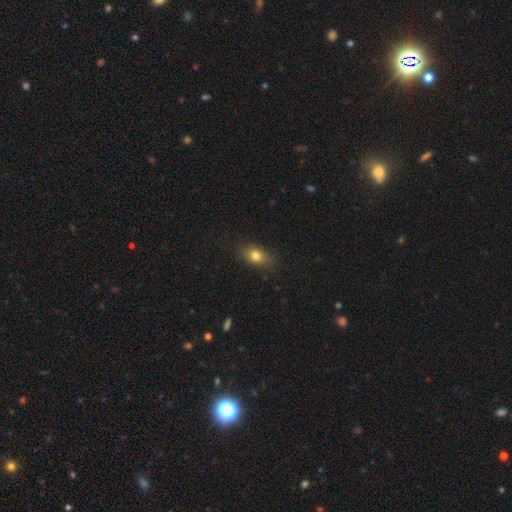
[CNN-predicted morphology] This appears to be a smooth galaxy with no disk features (78%) that is in between round and cigar-shaped (71%). Merging: none (81%).